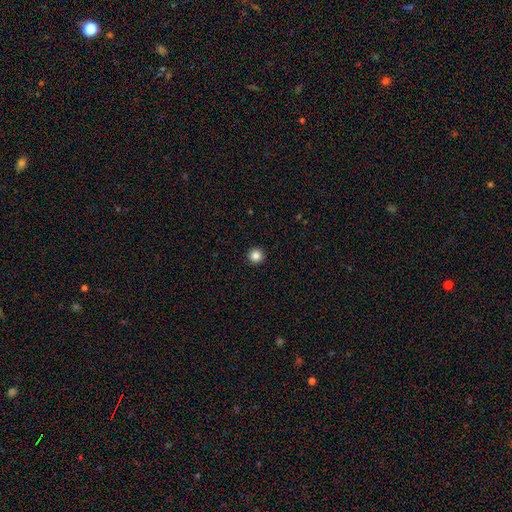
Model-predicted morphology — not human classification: The model was most divided on "smooth or featured": smooth: 85%, star or artifact: 11%, featured or disk: 4%. More confident: how rounded — round (96%); merging — none (94%).